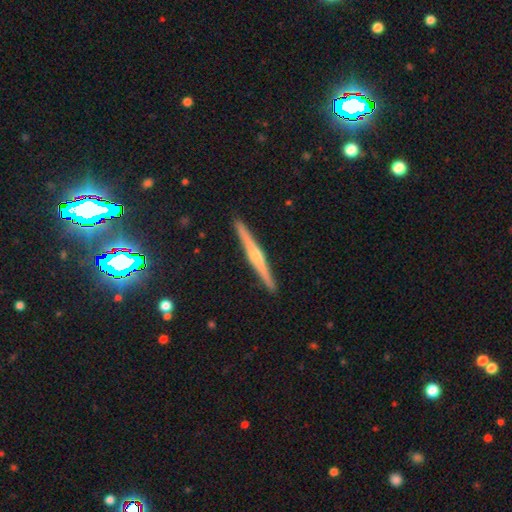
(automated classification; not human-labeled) Q: Smooth or featured?
A: featured or disk (71%); runner-up: smooth (23%)
Q: Edge-on disk?
A: yes (98%); runner-up: no (2%)
Q: Edge-on bulge?
A: rounded (72%); runner-up: none (18%)
Q: Merging?
A: none (93%); runner-up: minor disturbance (5%)